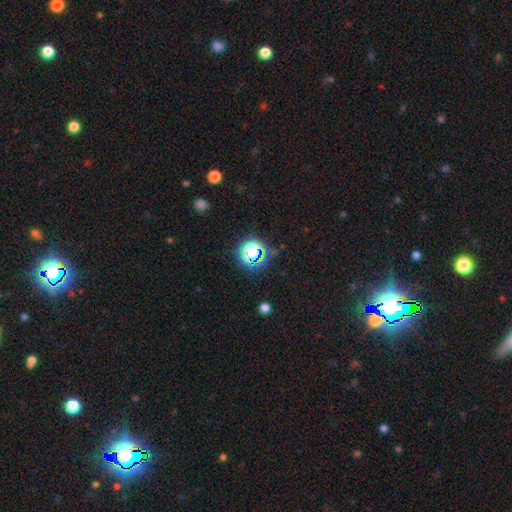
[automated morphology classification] This is likely a star or artifact rather than a galaxy (62%).